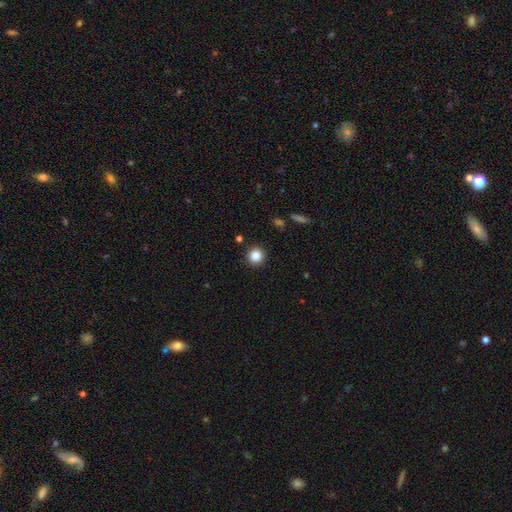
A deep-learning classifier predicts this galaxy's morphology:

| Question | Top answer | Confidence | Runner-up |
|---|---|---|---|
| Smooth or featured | smooth | 85% | star or artifact (11%) |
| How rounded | round | 94% | in between (5%) |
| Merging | none | 91% | minor disturbance (6%) |